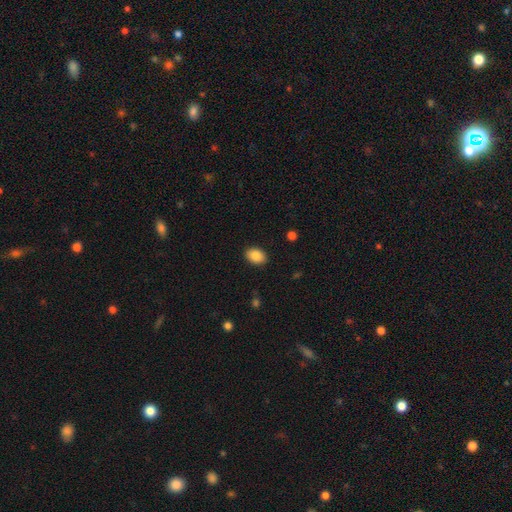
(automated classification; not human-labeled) Smooth or featured?
  - smooth: 88% *
  - star or artifact: 7%
  - featured or disk: 5%
How rounded?
  - in between: 80% *
  - round: 19%
  - cigar-shaped: 1%
Merging?
  - none: 89% *
  - minor disturbance: 8%
  - major disturbance: 2%
  - merger: 1%